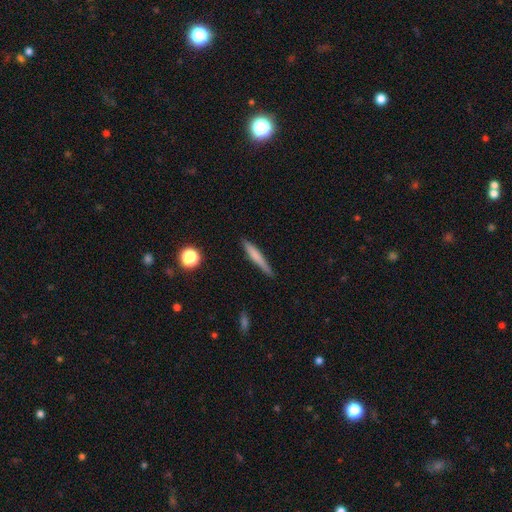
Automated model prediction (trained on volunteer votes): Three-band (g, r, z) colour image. It shows a smooth galaxy with no disk features (63%) that is cigar-shaped (93%). Merging: none (85%).